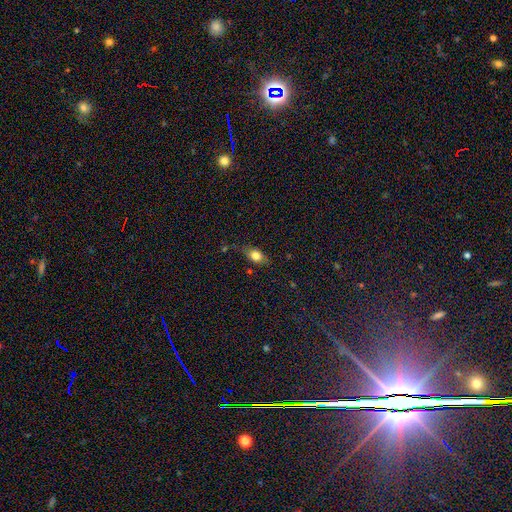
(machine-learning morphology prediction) A smooth galaxy with no disk features (78%) that is in between round and cigar-shaped (74%).

Vote fractions:
- Smooth or featured? smooth: 78% / featured or disk: 12% / star or artifact: 10%
- How rounded? in between: 74% / round: 20% / cigar-shaped: 7%
- Merging? none: 69% / minor disturbance: 23% / major disturbance: 6% / merger: 3%